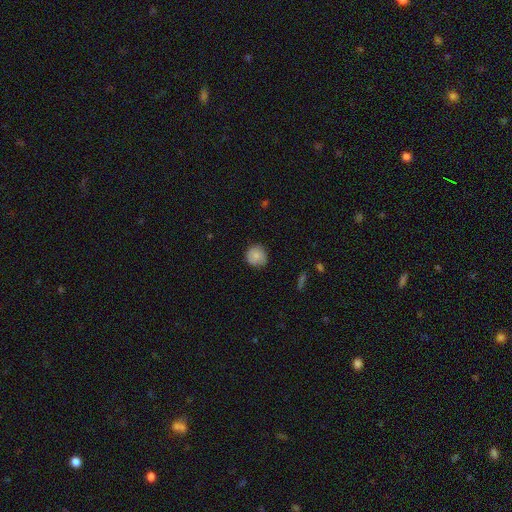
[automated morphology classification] This appears to be a smooth galaxy with no disk features (83%) that is round (93%). Merging: none (84%).